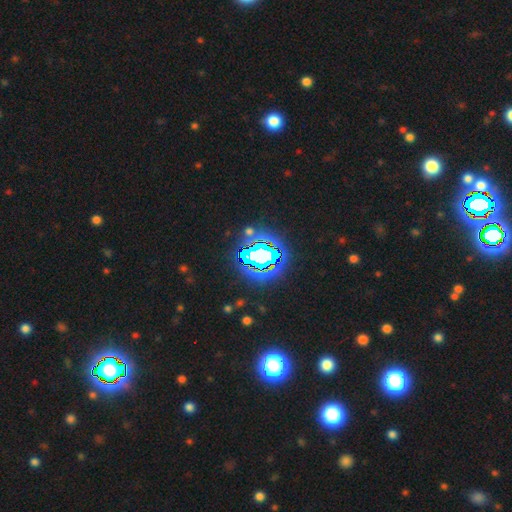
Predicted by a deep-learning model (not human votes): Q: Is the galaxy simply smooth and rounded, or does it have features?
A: star or artifact — 71%.